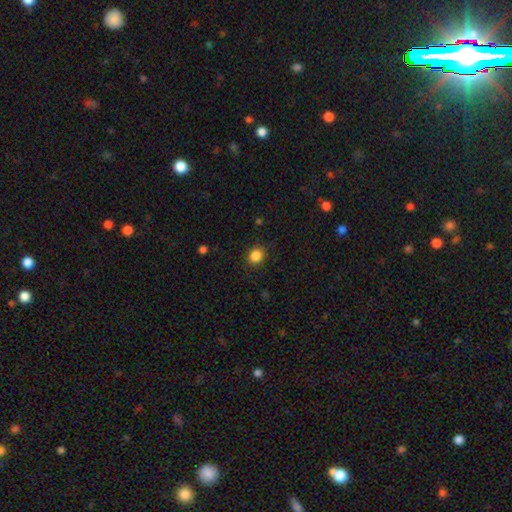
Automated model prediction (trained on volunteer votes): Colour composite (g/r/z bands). It shows a smooth galaxy with no disk features (86%) that is round (79%). Merging: none (87%).